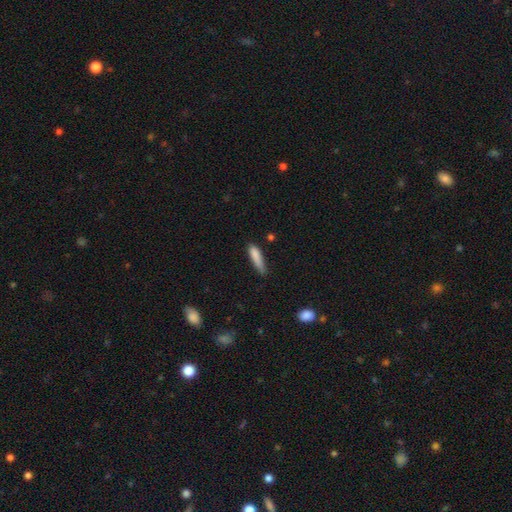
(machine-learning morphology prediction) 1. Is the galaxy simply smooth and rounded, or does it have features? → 83% smooth, 10% featured or disk, 7% star or artifact.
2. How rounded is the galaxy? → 78% cigar-shaped, 20% in between, 2% round.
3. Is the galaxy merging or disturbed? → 52% none, 37% minor disturbance, 8% major disturbance, 3% merger.